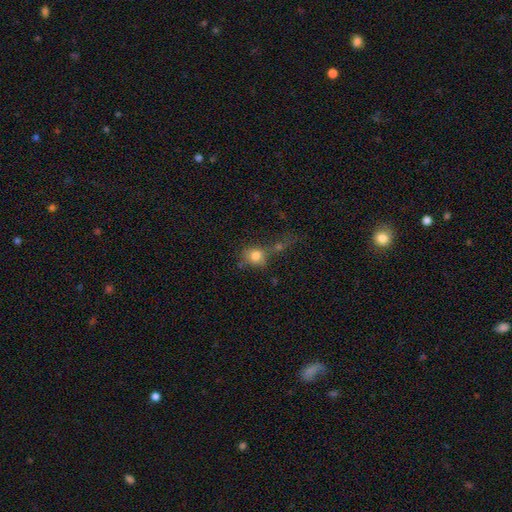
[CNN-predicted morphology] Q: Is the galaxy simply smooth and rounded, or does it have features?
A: smooth — 76%.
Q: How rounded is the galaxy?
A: round — 65%.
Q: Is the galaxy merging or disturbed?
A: none — 38%.